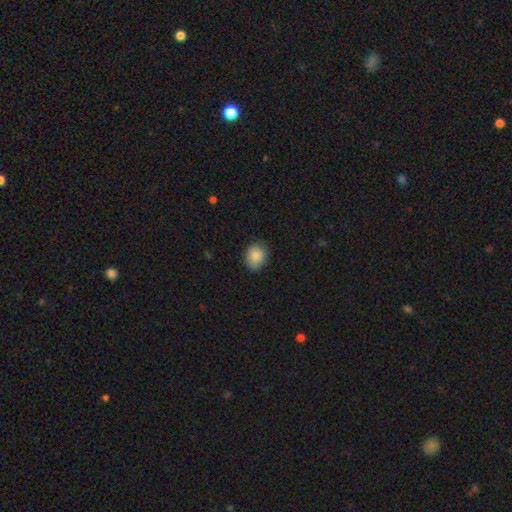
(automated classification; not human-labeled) A smooth galaxy with no disk features (86%) that is round (55%).

Vote fractions:
- Smooth or featured? smooth: 86% / star or artifact: 8% / featured or disk: 6%
- How rounded? round: 55% / in between: 44% / cigar-shaped: 1%
- Merging? none: 78% / minor disturbance: 18% / major disturbance: 3% / merger: 1%